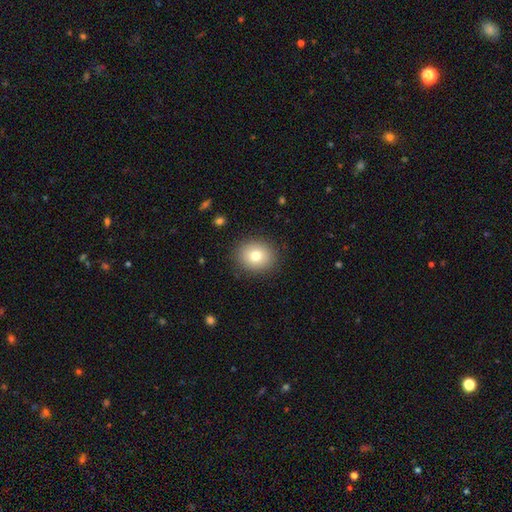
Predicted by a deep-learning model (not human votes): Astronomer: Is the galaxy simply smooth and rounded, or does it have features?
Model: smooth — 77%.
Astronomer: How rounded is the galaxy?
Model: round — 70%.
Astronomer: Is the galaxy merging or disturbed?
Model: none — 89%.